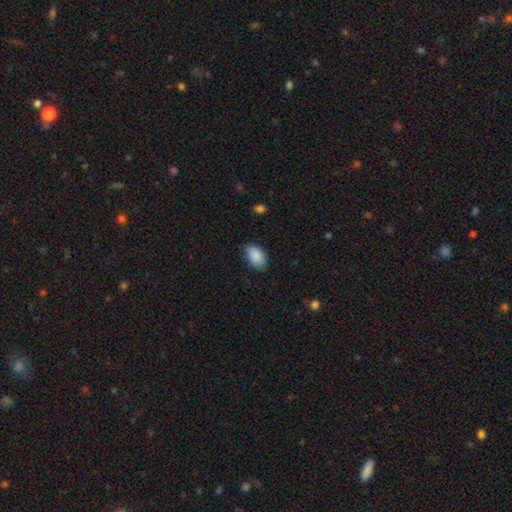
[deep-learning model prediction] Q: Smooth or featured?
A: smooth (88%); runner-up: star or artifact (7%)
Q: How rounded?
A: in between (90%); runner-up: round (9%)
Q: Merging?
A: none (74%); runner-up: minor disturbance (21%)